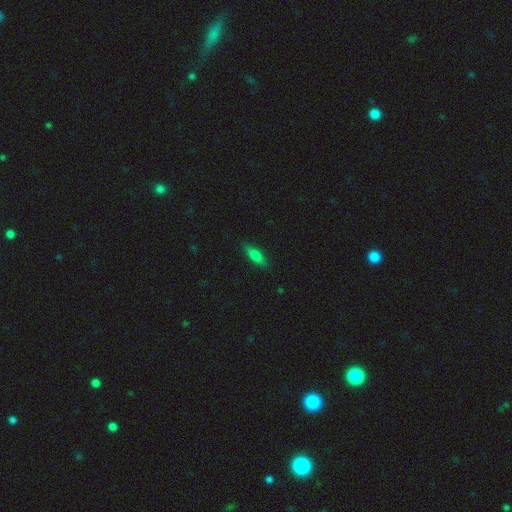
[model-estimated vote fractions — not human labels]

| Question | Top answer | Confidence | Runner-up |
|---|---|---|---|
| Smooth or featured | smooth | 70% | featured or disk (21%) |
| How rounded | in between | 52% | cigar-shaped (45%) |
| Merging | none | 85% | minor disturbance (12%) |